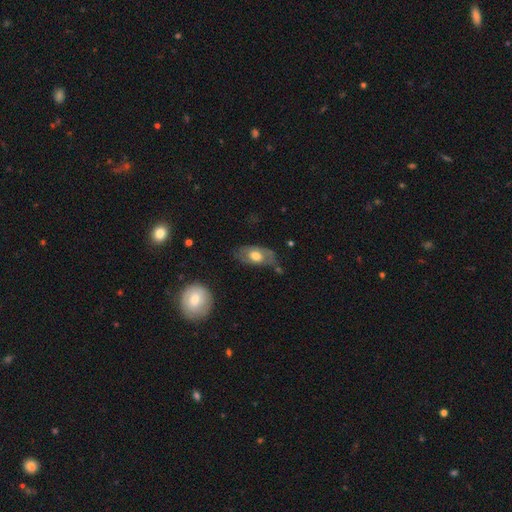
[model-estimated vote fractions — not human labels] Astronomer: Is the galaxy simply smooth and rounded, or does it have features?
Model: smooth — 47%, tied with featured or disk at 47%.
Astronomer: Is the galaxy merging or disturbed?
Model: none — 60%.